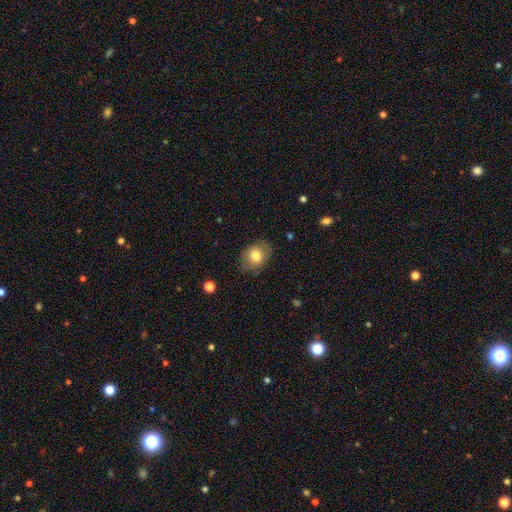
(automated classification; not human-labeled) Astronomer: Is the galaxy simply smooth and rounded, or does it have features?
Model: smooth — 77%.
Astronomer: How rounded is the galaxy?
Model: in between — 61% (runner-up: round, 38%).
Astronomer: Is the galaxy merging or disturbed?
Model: none — 79%.